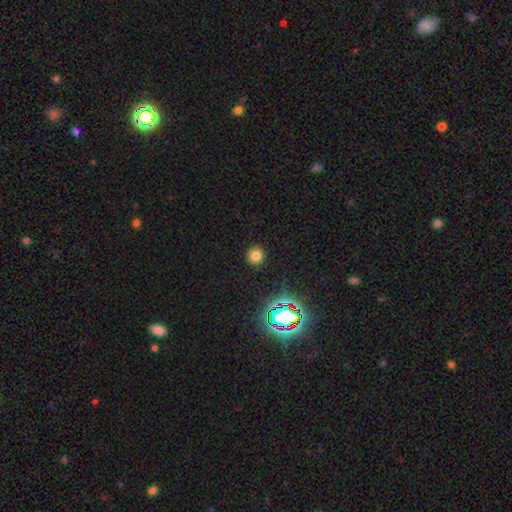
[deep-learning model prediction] This appears to be a smooth galaxy with no disk features (75%) that is round (94%). Merging: none (91%).